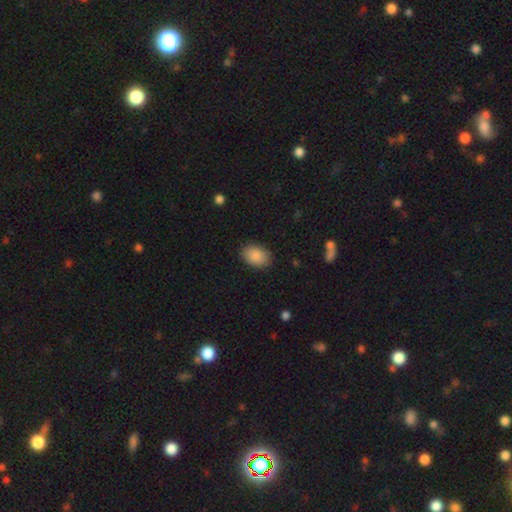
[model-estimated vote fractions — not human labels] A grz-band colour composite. It shows a smooth galaxy with no disk features (89%) that is in between round and cigar-shaped (84%). Merging: none (87%).